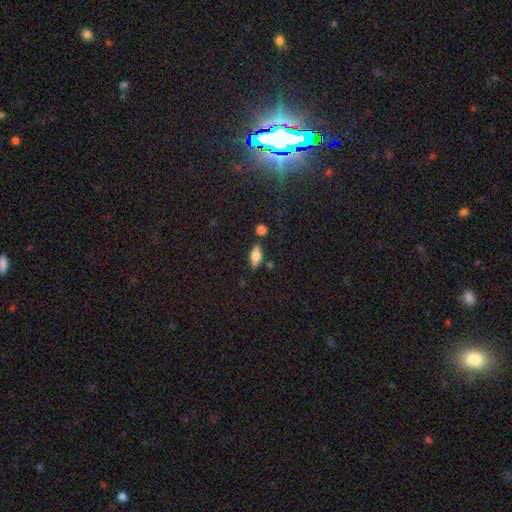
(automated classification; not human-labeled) smooth 72%, featured or disk 21%, star or artifact 8%. Down the decision tree: how rounded — in between (81%); merging — none (81%).